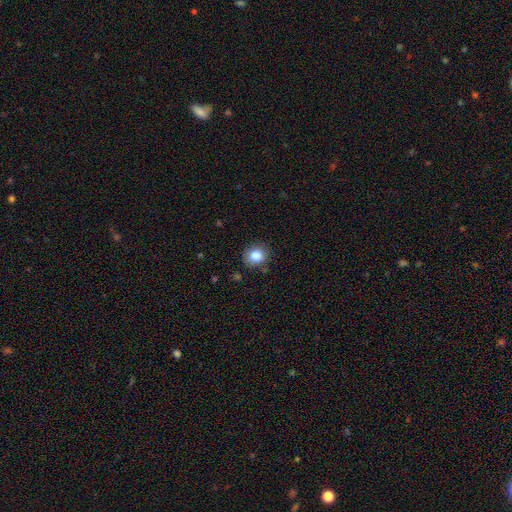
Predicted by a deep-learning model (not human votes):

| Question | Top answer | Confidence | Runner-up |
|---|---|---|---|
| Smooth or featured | smooth | 84% | star or artifact (10%) |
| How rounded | round | 80% | in between (19%) |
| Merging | none | 82% | minor disturbance (13%) |